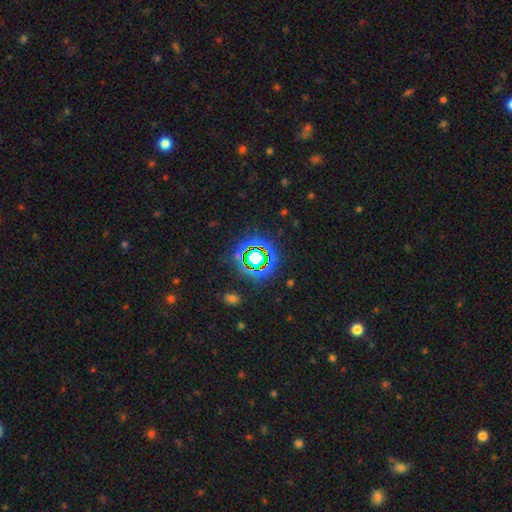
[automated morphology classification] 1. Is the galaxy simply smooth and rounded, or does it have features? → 73% star or artifact, 18% smooth, 10% featured or disk.